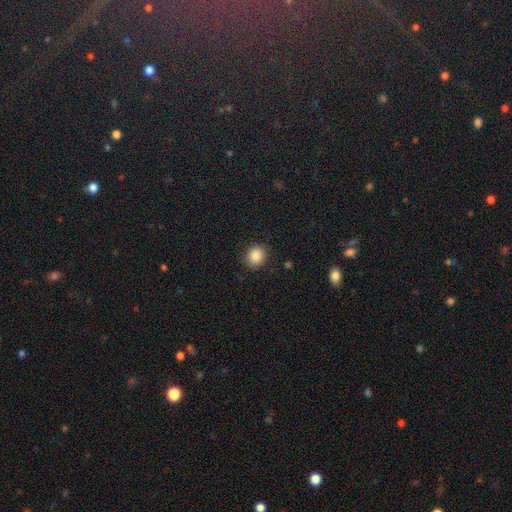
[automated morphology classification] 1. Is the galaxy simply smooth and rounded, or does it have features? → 88% smooth, 9% star or artifact, 3% featured or disk.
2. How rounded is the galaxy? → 78% round, 22% in between, 1% cigar-shaped.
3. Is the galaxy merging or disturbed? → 88% none, 8% minor disturbance, 3% major disturbance, 1% merger.